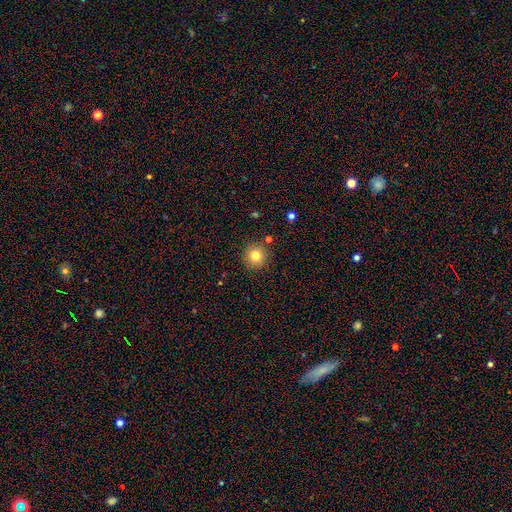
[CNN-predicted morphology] smooth 79%, star or artifact 13%, featured or disk 8%. Down the decision tree: how rounded — round (94%); merging — none (89%).